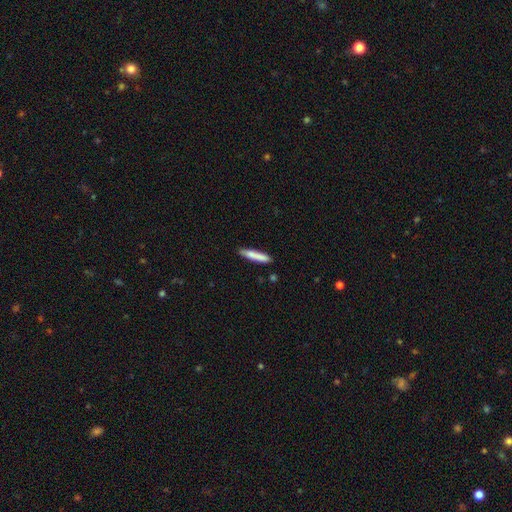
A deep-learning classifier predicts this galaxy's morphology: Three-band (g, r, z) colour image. It shows a smooth galaxy with no disk features (80%) that is cigar-shaped (90%). Merging: none (84%).